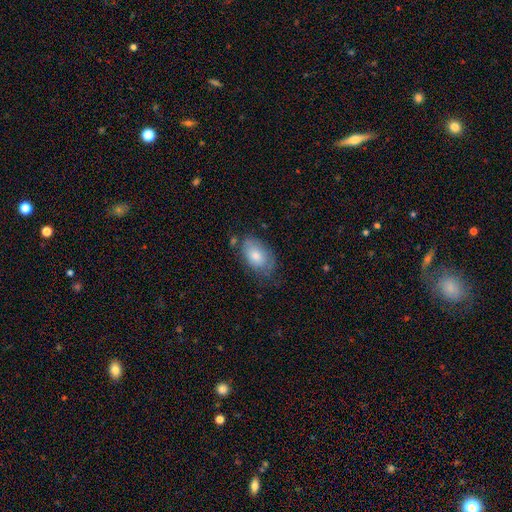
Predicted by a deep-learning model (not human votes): smooth-or-featured: smooth: 76% | featured or disk: 17% | star or artifact: 6%
  how-rounded: in between: 93% | round: 6% | cigar-shaped: 2%
  merging: none: 60% | minor disturbance: 28% | major disturbance: 9% | merger: 4%